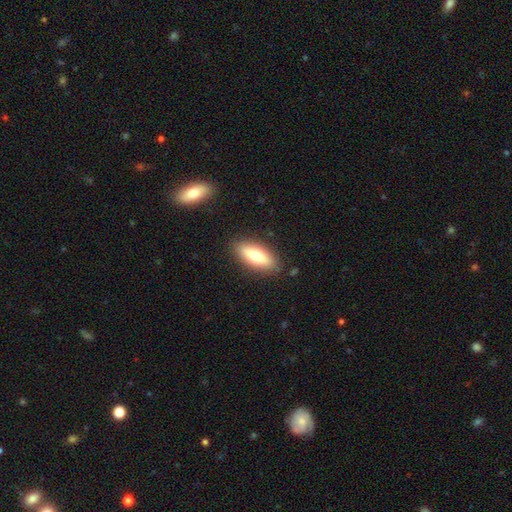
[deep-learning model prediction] smooth-or-featured: smooth: 71% | featured or disk: 22% | star or artifact: 6%
  how-rounded: in between: 69% | cigar-shaped: 29% | round: 2%
  merging: none: 86% | minor disturbance: 10% | major disturbance: 2% | merger: 1%